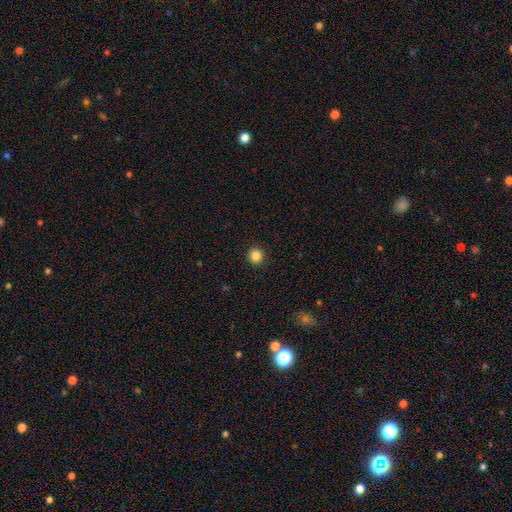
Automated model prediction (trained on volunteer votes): Overall: smooth (86%). How rounded: round (93%). Merging: none (93%).